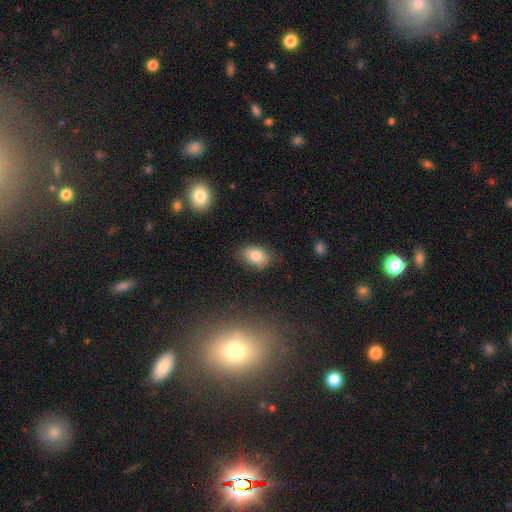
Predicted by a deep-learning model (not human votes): This is clearly a smooth galaxy (81%). How rounded: clearly in between (85%). Merging: likely none (76%).